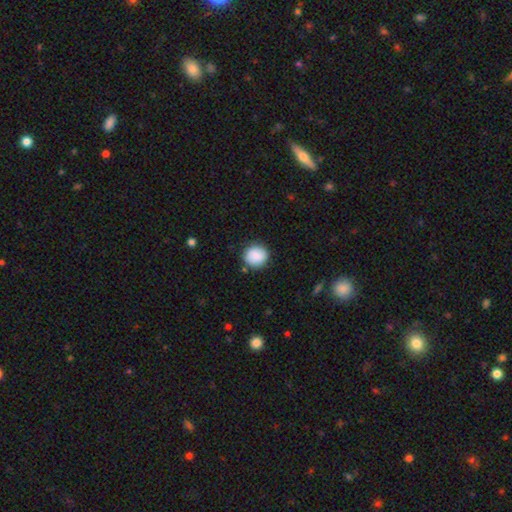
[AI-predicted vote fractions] The model was most divided on "merging": none: 86%, minor disturbance: 9%, major disturbance: 2%, merger: 2%. More confident: how rounded — round (91%); smooth or featured — smooth (86%).